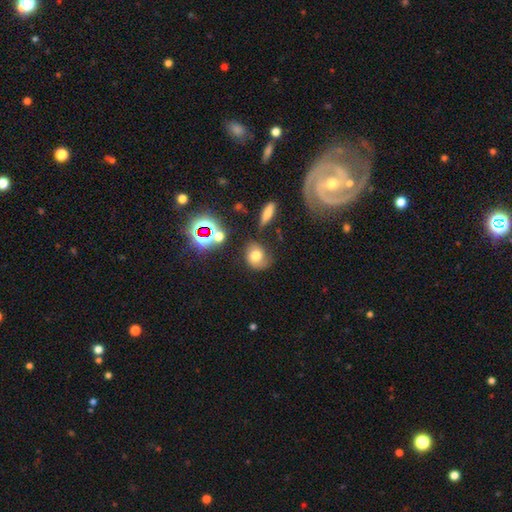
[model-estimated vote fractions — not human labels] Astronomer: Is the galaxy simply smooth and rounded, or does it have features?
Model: smooth — 62%.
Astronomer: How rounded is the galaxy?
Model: round — 60% (runner-up: in between, 39%).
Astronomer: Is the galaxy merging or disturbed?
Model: none — 59%.